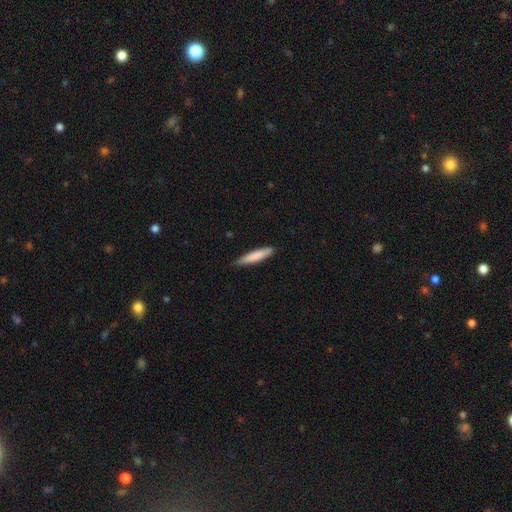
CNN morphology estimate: type=smooth (80%); roundness=cigar-shaped (86%); merging=none (80%).